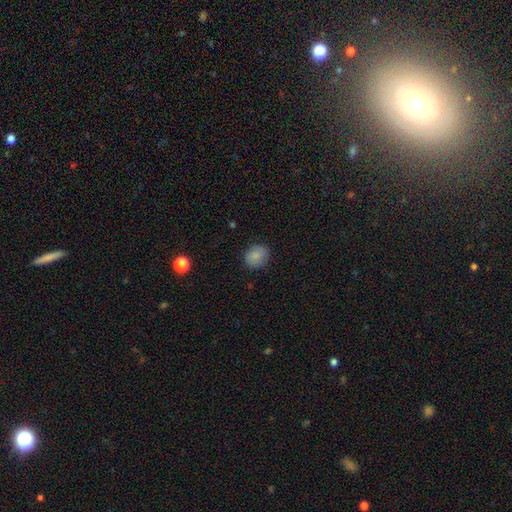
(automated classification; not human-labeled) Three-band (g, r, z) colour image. It shows a smooth galaxy with no disk features (85%) that is round (71%). Merging: none (83%).